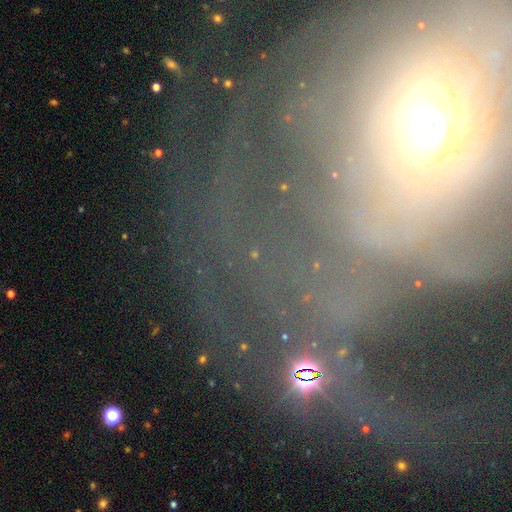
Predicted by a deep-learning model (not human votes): Q: Smooth or featured?
A: featured or disk (46%); runner-up: star or artifact (37%)
Q: Merging?
A: none (62%); runner-up: major disturbance (16%)